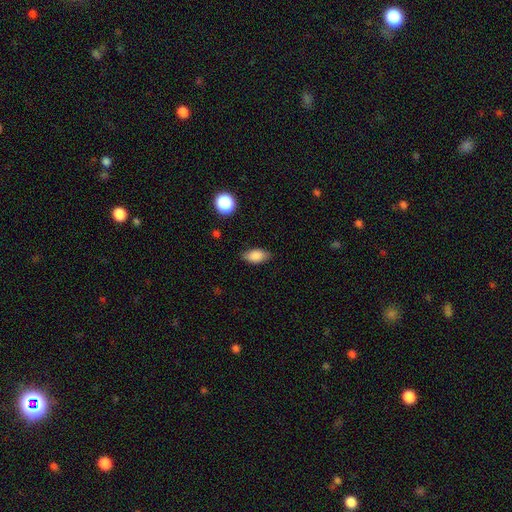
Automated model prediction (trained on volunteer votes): A smooth galaxy with no disk features (85%) that is in between round and cigar-shaped (88%). Merging: none (82%).